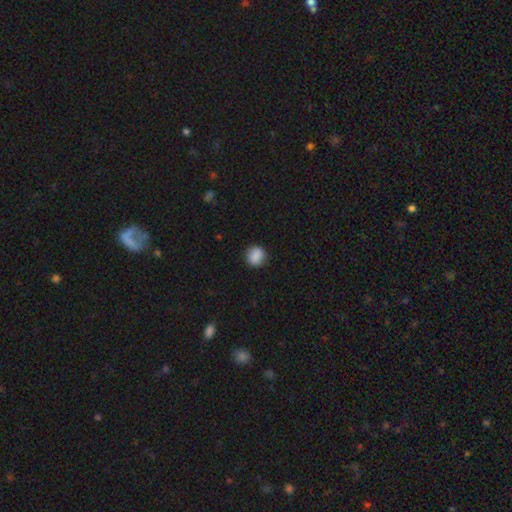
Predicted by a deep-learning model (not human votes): smooth 87%, star or artifact 8%, featured or disk 5%. Down the decision tree: how rounded — round (78%); merging — none (88%).